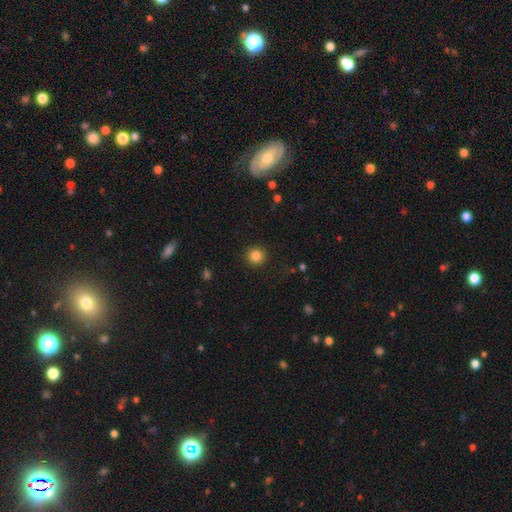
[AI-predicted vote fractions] A smooth galaxy with no disk features (84%) that is round (93%). Merging: none (91%).